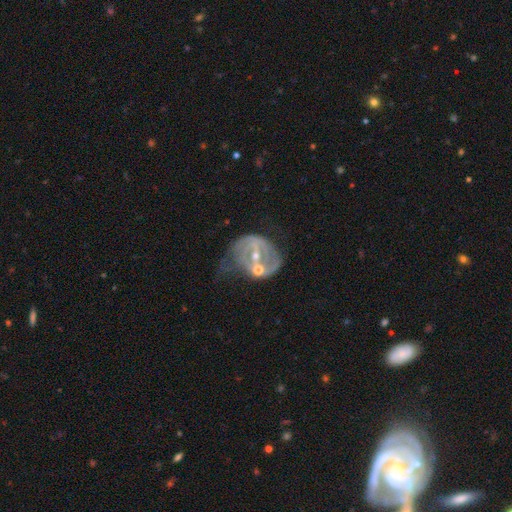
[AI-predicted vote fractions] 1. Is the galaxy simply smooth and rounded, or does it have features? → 73% featured or disk, 17% smooth, 10% star or artifact.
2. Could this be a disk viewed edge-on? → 97% no, 3% yes.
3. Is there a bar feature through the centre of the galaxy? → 37% weak, 36% no, 27% strong.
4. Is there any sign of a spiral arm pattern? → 58% yes, 42% no.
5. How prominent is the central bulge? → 60% small, 33% moderate, 4% none, 2% large, 1% dominant.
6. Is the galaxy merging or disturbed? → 31% merger, 25% major disturbance, 25% none, 19% minor disturbance.